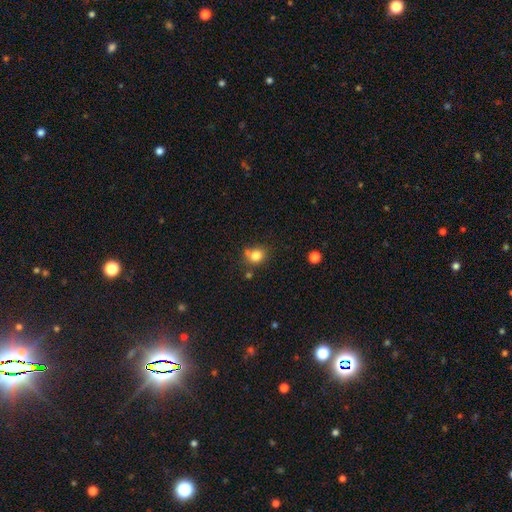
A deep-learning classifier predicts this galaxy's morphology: Smooth or featured: smooth — 81% (star or artifact — 12%)
How rounded: round — 72% (in between — 27%)
Merging: none — 63% (merger — 17%)